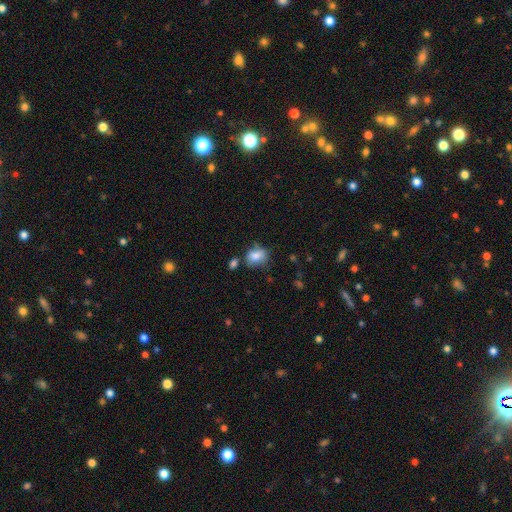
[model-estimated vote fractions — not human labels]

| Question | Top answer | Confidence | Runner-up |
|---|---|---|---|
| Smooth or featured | smooth | 80% | featured or disk (11%) |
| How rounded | in between | 55% | round (43%) |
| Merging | none | 54% | minor disturbance (25%) |